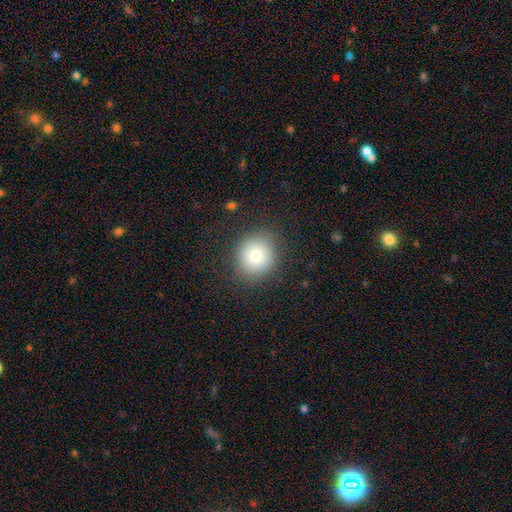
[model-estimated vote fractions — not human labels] Q: Smooth or featured?
A: smooth (77%); runner-up: star or artifact (12%)
Q: How rounded?
A: round (90%); runner-up: in between (9%)
Q: Merging?
A: none (86%); runner-up: minor disturbance (9%)